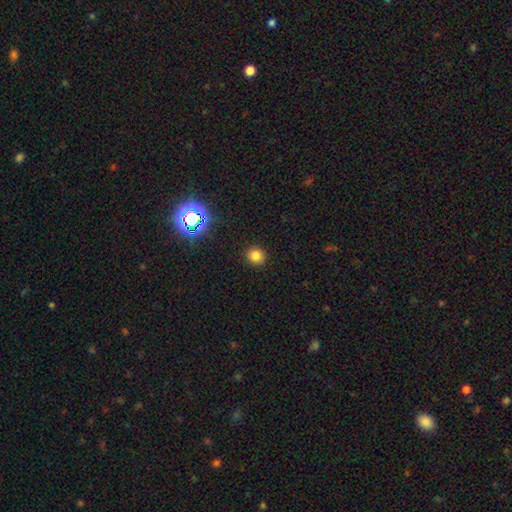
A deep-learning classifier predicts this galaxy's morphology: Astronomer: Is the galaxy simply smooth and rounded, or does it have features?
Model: smooth — 79%.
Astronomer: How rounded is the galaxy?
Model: round — 88%.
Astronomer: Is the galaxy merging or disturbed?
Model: none — 91%.